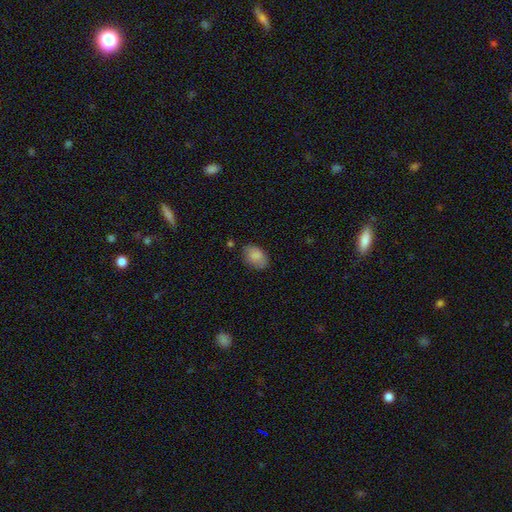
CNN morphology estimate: Smooth or featured? Predicted: smooth (p=0.84). How rounded? Predicted: in between (p=0.84). Merging? Predicted: none (p=0.73).